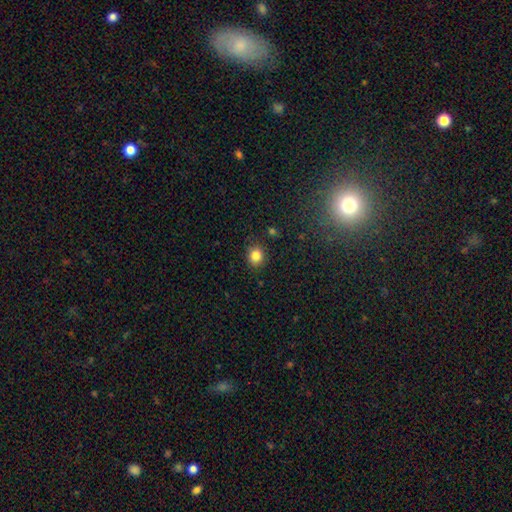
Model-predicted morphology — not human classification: This appears to be a smooth galaxy with no disk features (84%) that is round (79%). Merging: none (87%).